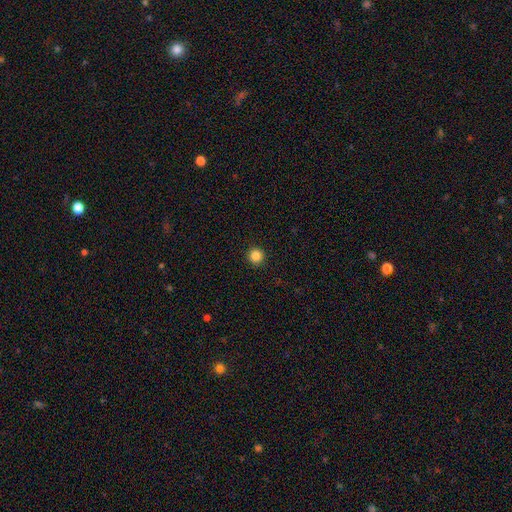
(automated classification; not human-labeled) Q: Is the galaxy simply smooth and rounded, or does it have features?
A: smooth — 85%.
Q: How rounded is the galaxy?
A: round — 96%.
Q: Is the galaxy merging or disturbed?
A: none — 93%.